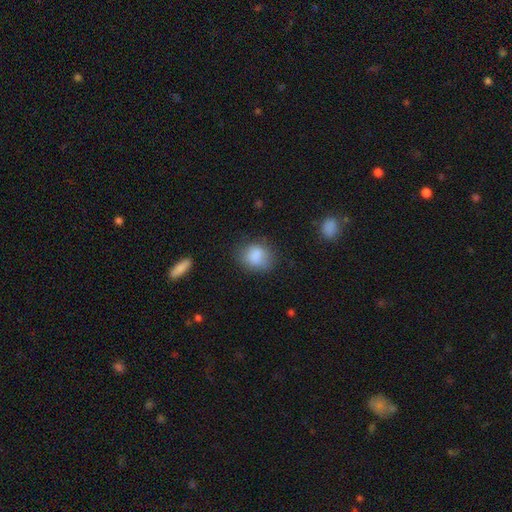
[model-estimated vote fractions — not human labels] Smooth or featured? smooth (85%)
How rounded? round (56%)
Merging? none (70%)